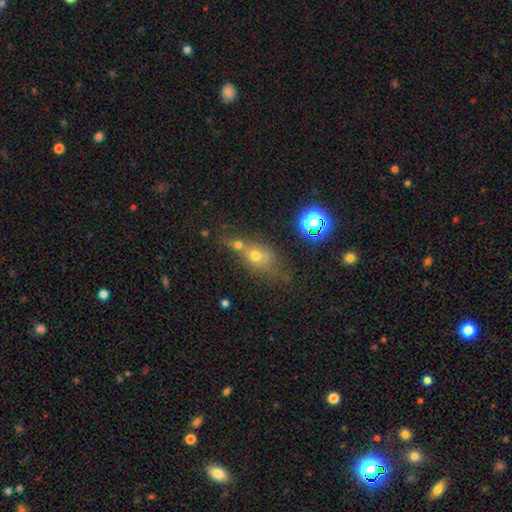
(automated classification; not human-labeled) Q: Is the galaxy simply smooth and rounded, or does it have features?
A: smooth — 60%.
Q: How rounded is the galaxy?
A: round — 47%, tied with in between.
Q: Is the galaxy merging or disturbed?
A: merger — 44%.